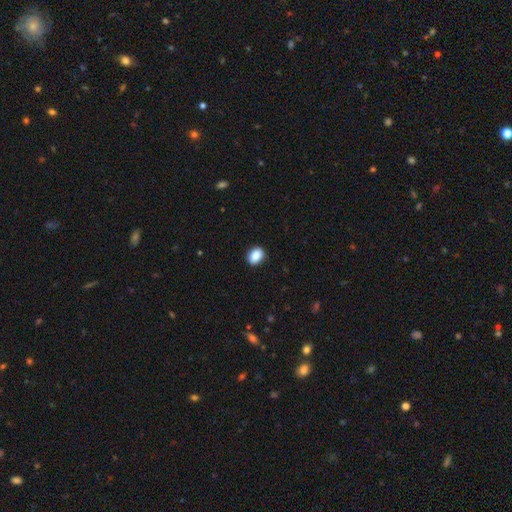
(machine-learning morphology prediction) Smooth or featured? smooth (88%)
How rounded? in between (63%)
Merging? none (90%)